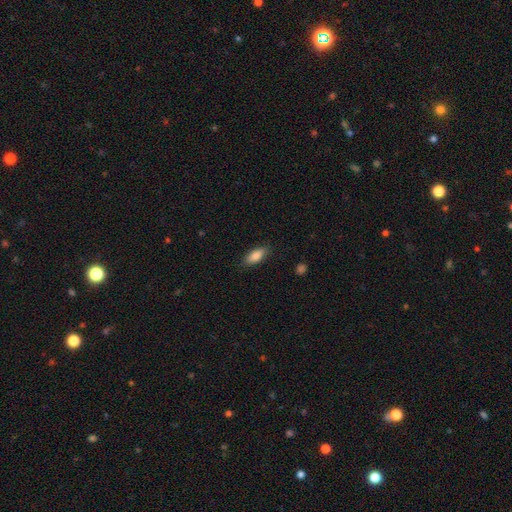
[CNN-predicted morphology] smooth_or_featured: smooth (p=0.85) [alt: featured or disk p=0.08]
how_rounded: in between (p=0.81) [alt: cigar-shaped p=0.17]
merging: none (p=0.85) [alt: minor disturbance p=0.11]